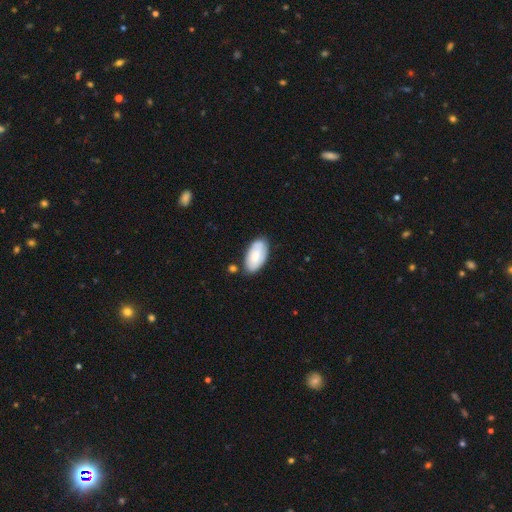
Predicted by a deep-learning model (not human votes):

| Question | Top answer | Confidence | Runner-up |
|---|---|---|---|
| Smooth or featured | smooth | 72% | featured or disk (22%) |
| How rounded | in between | 95% | cigar-shaped (3%) |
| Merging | none | 73% | minor disturbance (17%) |